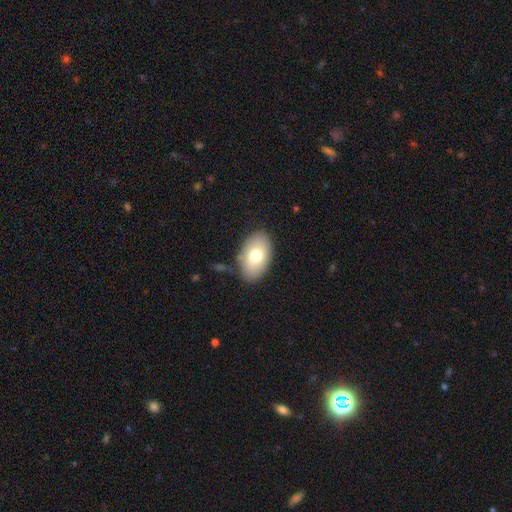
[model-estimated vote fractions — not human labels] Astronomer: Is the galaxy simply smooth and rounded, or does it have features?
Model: smooth — 74%.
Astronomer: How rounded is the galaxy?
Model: in between — 91%.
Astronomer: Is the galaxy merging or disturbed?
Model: none — 83%.